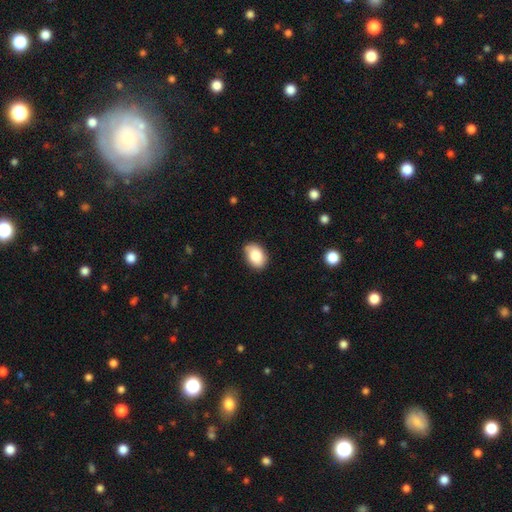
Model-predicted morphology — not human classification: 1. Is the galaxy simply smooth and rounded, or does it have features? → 84% smooth, 8% featured or disk, 7% star or artifact.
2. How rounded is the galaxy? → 80% in between, 19% round, 1% cigar-shaped.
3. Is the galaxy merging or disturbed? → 78% none, 18% minor disturbance, 3% major disturbance, 2% merger.